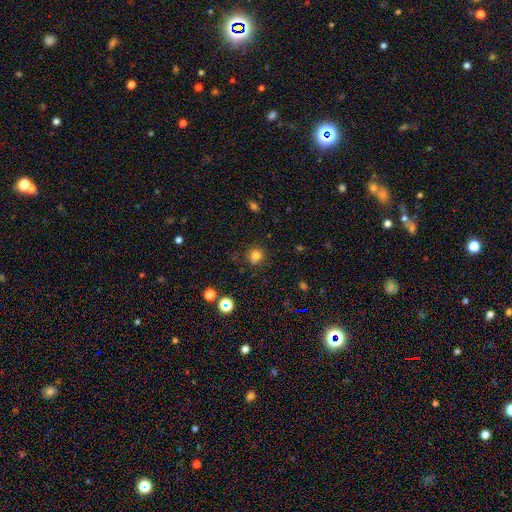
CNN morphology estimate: smooth-or-featured: smooth: 77% | star or artifact: 16% | featured or disk: 7%
  how-rounded: round: 84% | in between: 16% | cigar-shaped: 1%
  merging: none: 76% | minor disturbance: 14% | merger: 5% | major disturbance: 5%